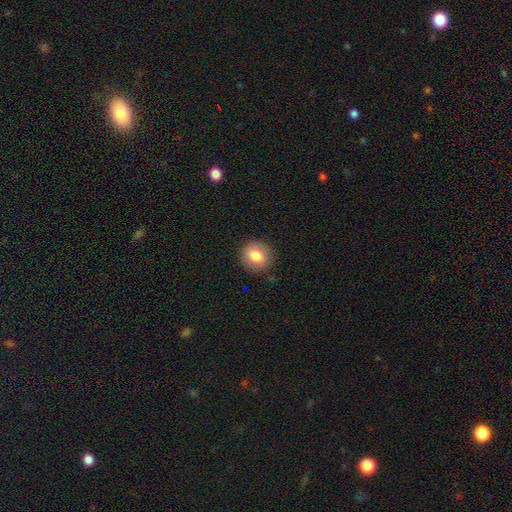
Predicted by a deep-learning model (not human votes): This is clearly a smooth galaxy (82%). How rounded: likely round (75%). Merging: clearly none (87%).